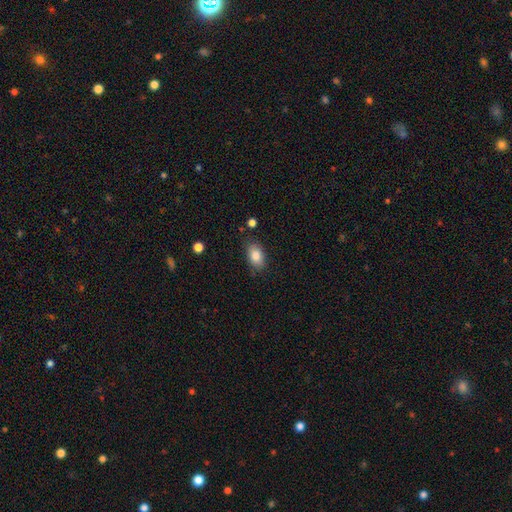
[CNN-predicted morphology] Smooth or featured?
  - smooth: 83% *
  - featured or disk: 9%
  - star or artifact: 8%
How rounded?
  - in between: 88% *
  - round: 11%
  - cigar-shaped: 2%
Merging?
  - none: 81% *
  - minor disturbance: 14%
  - major disturbance: 3%
  - merger: 2%